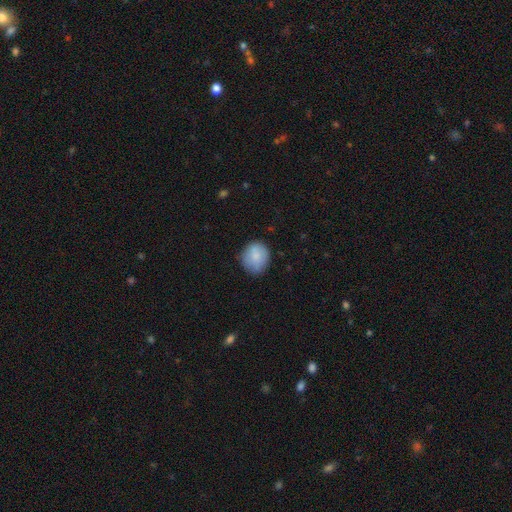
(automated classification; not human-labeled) smooth-or-featured: smooth: 84% | featured or disk: 9% | star or artifact: 7%
  how-rounded: round: 73% | in between: 26% | cigar-shaped: 1%
  merging: none: 77% | minor disturbance: 18% | major disturbance: 4% | merger: 1%